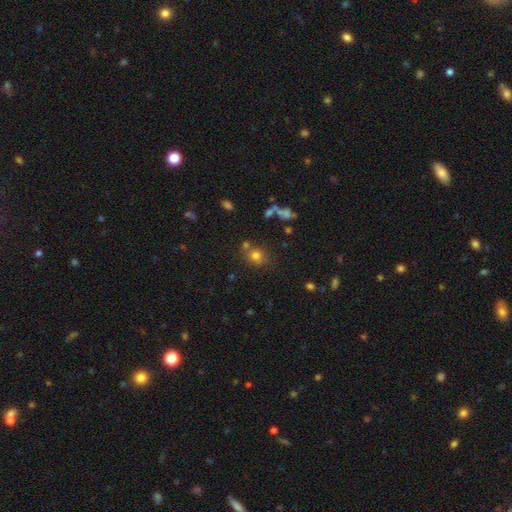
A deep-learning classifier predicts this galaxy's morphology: smooth_or_featured: smooth (p=0.74) [alt: star or artifact p=0.17]
how_rounded: round (p=0.74) [alt: in between p=0.25]
merging: none (p=0.64) [alt: merger p=0.18]